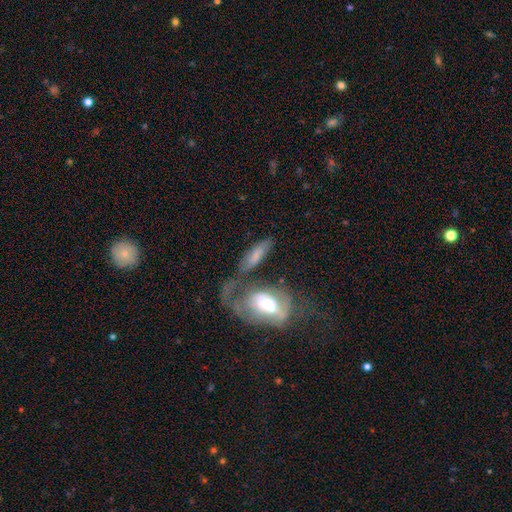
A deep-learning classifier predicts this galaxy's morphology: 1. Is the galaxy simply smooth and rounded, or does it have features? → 54% smooth, 37% featured or disk, 8% star or artifact.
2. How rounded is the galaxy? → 63% in between, 31% cigar-shaped, 6% round.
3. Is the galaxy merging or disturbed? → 39% merger, 29% none, 17% major disturbance, 15% minor disturbance.